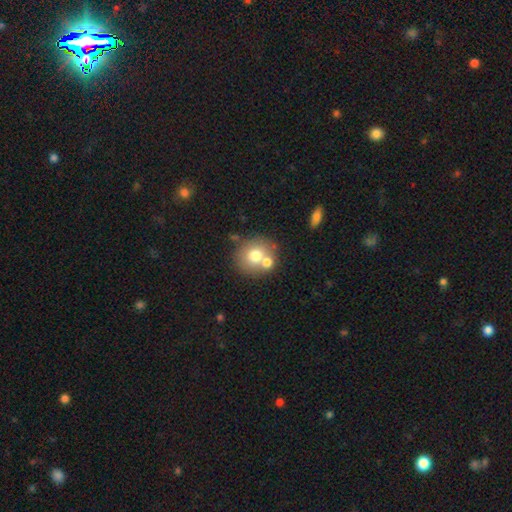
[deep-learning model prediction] A smooth galaxy with no disk features (70%) that is round (80%). Merging: none (55%).